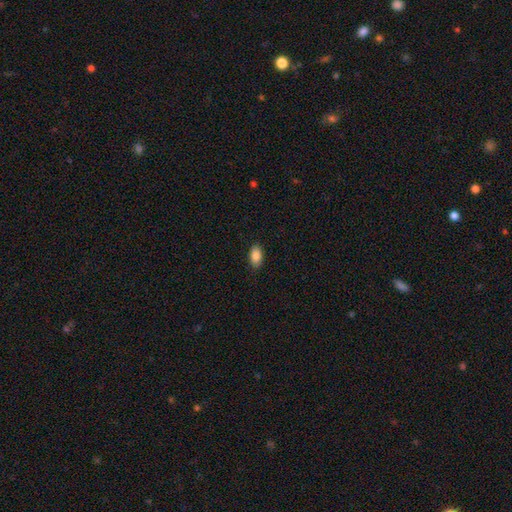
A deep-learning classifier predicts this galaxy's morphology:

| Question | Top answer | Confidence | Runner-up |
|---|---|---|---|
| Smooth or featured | smooth | 88% | star or artifact (8%) |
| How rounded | in between | 92% | round (5%) |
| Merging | none | 89% | minor disturbance (9%) |